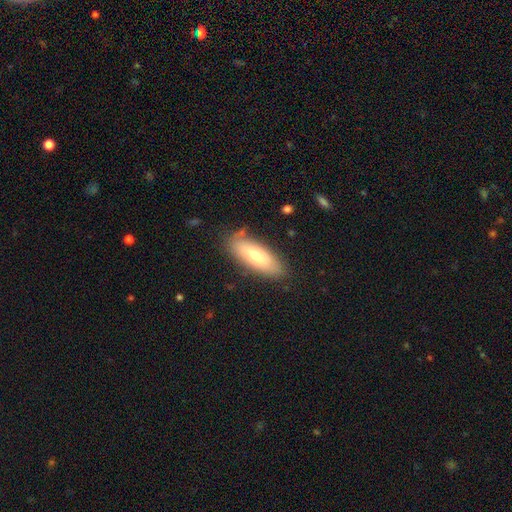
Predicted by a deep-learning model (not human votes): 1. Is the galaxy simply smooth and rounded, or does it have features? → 71% smooth, 23% featured or disk, 6% star or artifact.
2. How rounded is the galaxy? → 67% in between, 31% cigar-shaped, 2% round.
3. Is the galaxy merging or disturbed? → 80% none, 14% minor disturbance, 3% major disturbance, 2% merger.